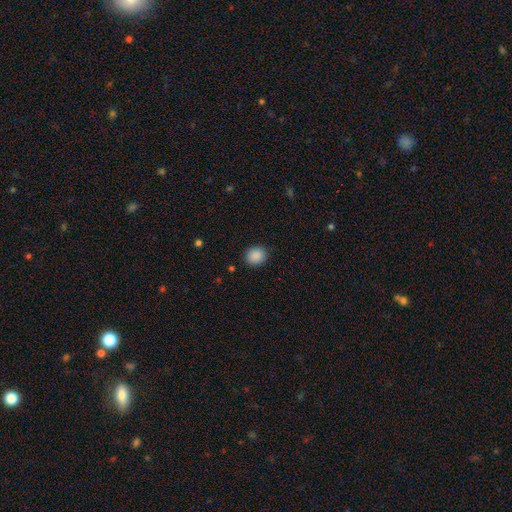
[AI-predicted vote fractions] This appears to be a smooth galaxy with no disk features (89%) that is round (73%). Merging: none (89%).